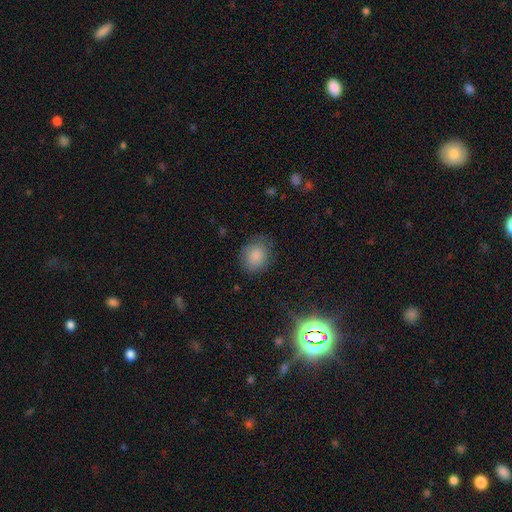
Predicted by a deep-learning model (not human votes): A smooth galaxy with no disk features (86%) that is round (62%).

Vote fractions:
- Smooth or featured? smooth: 86% / star or artifact: 9% / featured or disk: 6%
- How rounded? round: 62% / in between: 37% / cigar-shaped: 1%
- Merging? none: 78% / minor disturbance: 16% / major disturbance: 5% / merger: 1%